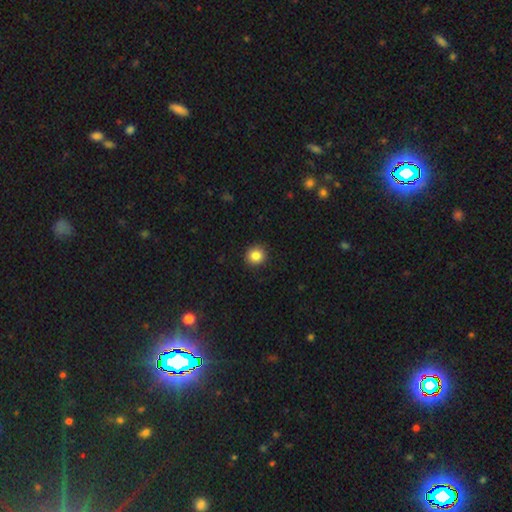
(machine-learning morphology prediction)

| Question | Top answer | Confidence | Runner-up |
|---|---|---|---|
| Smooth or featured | smooth | 85% | star or artifact (10%) |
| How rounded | round | 93% | in between (6%) |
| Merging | none | 92% | minor disturbance (5%) |